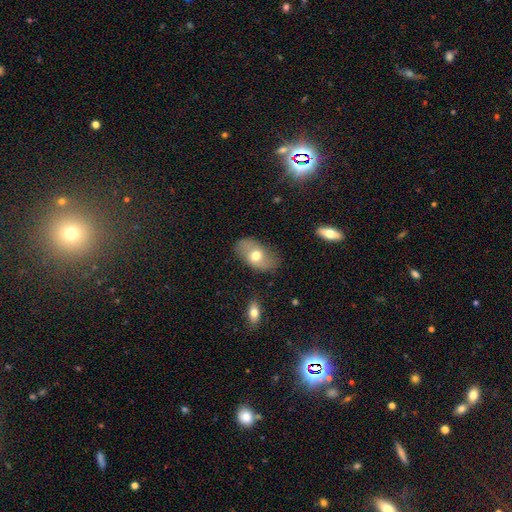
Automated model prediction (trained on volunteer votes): The model was most divided on "smooth or featured": smooth: 56%, featured or disk: 37%, star or artifact: 8%. More confident: how rounded — in between (90%); merging — none (76%).